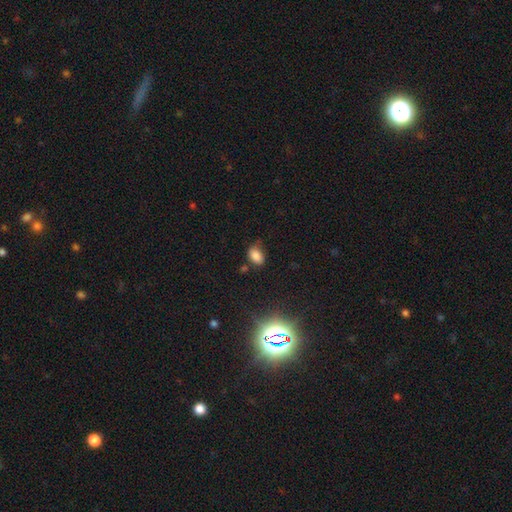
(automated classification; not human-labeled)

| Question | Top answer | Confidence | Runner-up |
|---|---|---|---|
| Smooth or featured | smooth | 81% | star or artifact (14%) |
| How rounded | in between | 83% | round (15%) |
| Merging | none | 63% | minor disturbance (26%) |